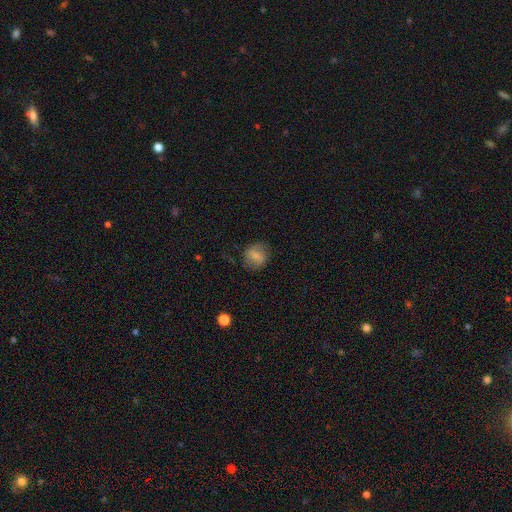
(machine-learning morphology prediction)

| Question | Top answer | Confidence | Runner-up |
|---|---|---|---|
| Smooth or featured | smooth | 62% | featured or disk (29%) |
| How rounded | round | 69% | in between (29%) |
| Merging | none | 76% | minor disturbance (16%) |